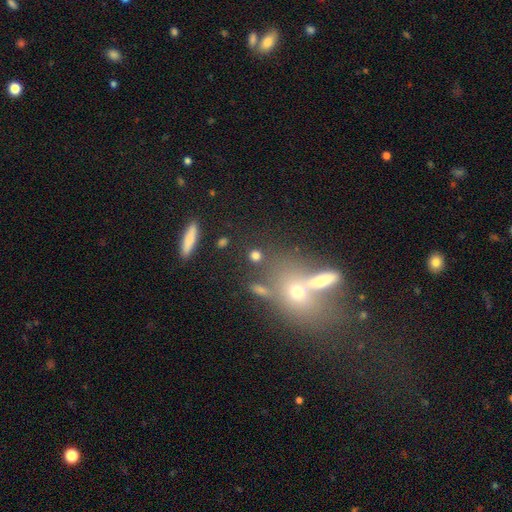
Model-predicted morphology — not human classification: This appears to be a smooth galaxy with no disk features (75%) that is round (74%). Merging: none (70%).